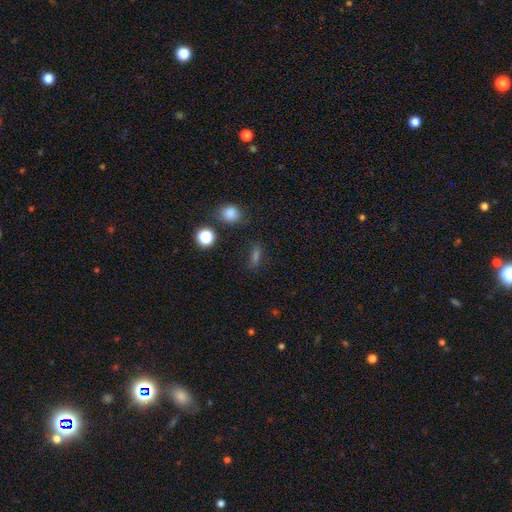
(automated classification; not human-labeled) Morphology: type=smooth (55%); roundness=in between (46%); merging=none (75%).